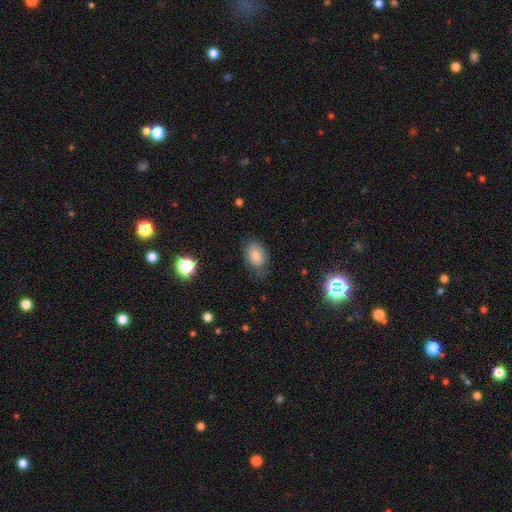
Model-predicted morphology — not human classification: type=smooth (81%); roundness=in between (83%); merging=none (67%).